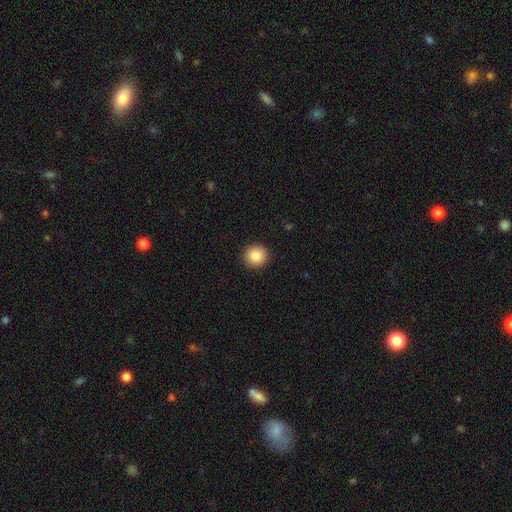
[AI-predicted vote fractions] Morphology: type=smooth (86%); roundness=round (91%); merging=none (92%).